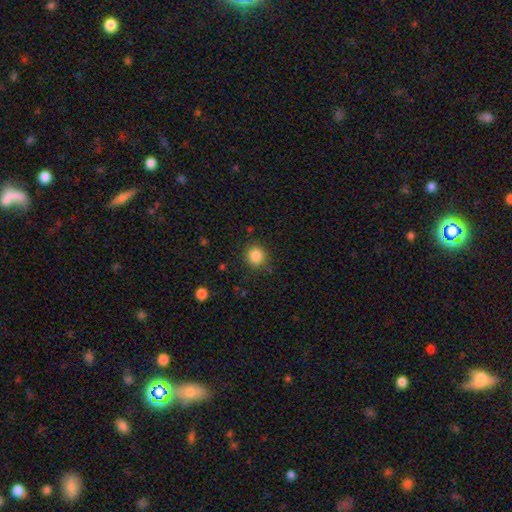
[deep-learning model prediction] Smooth or featured? smooth (86%)
How rounded? round (90%)
Merging? none (87%)